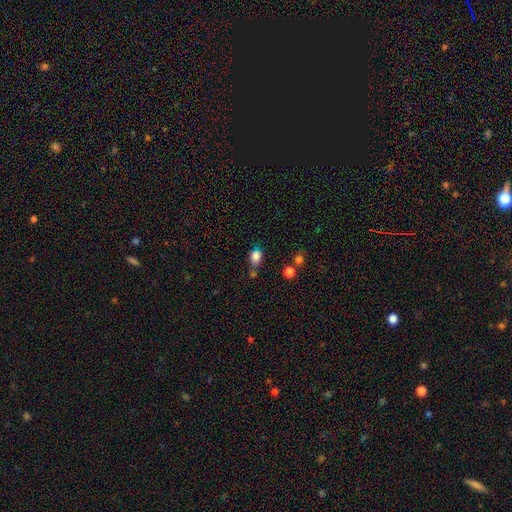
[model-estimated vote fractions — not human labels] Q: Smooth or featured?
A: smooth (82%); runner-up: star or artifact (12%)
Q: How rounded?
A: in between (62%); runner-up: round (37%)
Q: Merging?
A: none (53%); runner-up: minor disturbance (24%)